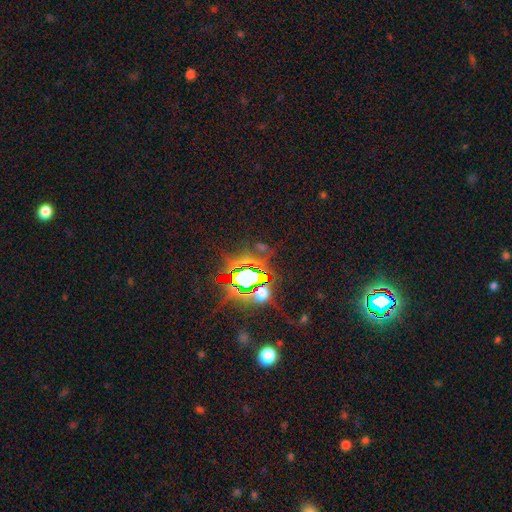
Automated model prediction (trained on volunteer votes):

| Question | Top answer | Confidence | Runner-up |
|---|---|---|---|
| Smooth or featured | star or artifact | 85% | smooth (9%) |